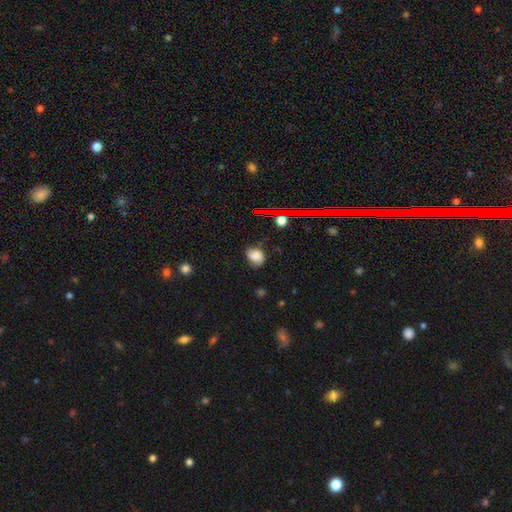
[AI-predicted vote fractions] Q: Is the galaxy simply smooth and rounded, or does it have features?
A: smooth — 70%.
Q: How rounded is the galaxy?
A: in between — 54%.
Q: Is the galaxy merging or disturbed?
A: none — 59%.